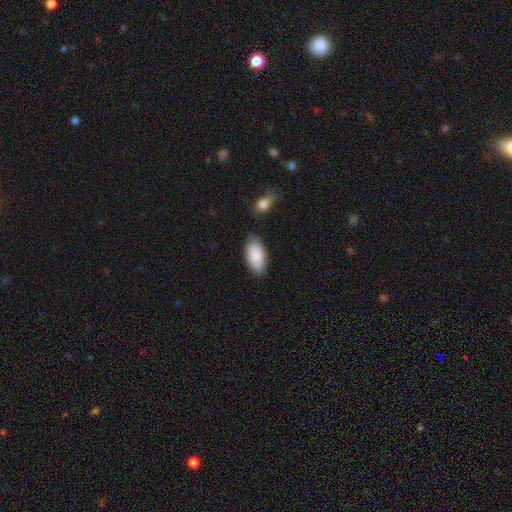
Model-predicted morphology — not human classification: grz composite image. It shows a smooth galaxy with no disk features (87%) that is in between round and cigar-shaped (93%). Merging: none (76%).